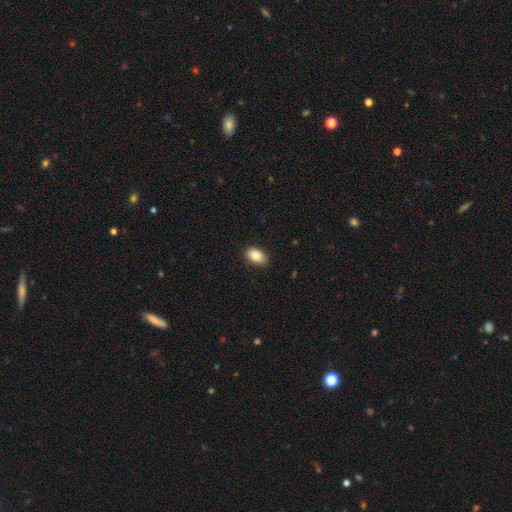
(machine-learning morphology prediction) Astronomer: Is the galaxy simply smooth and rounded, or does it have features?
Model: smooth — 87%.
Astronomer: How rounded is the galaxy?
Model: in between — 92%.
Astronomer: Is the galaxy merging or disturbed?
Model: none — 87%.